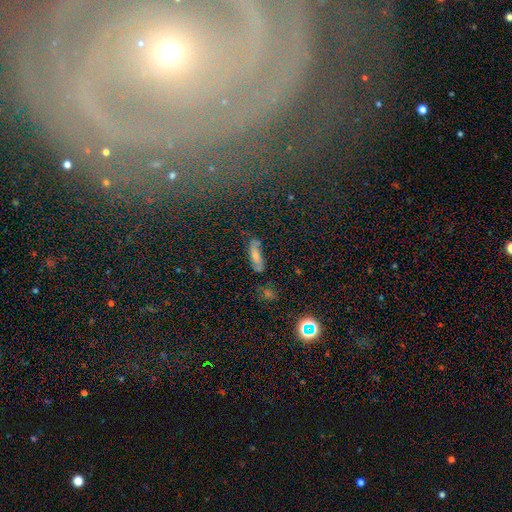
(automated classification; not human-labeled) Overall: smooth (63%; featured or disk 25%). How rounded: in between (54%; cigar-shaped 43%). Merging: none (63%; minor disturbance 23%).